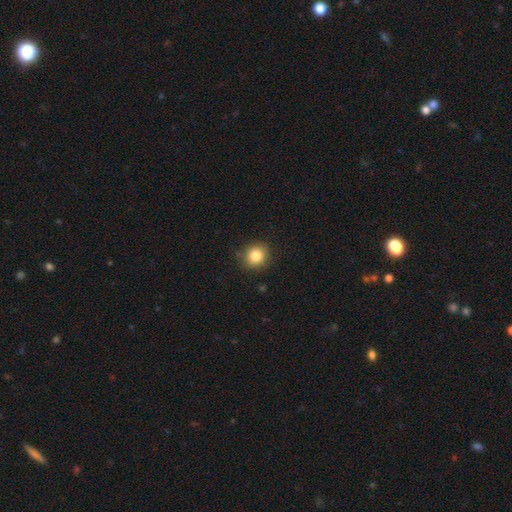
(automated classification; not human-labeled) Overall: smooth (84%). How rounded: round (84%). Merging: none (87%).